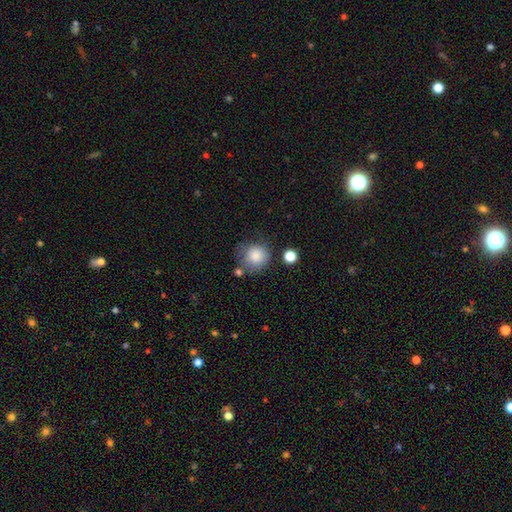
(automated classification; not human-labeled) A smooth galaxy with no disk features (84%) that is round (88%). Merging: none (61%).